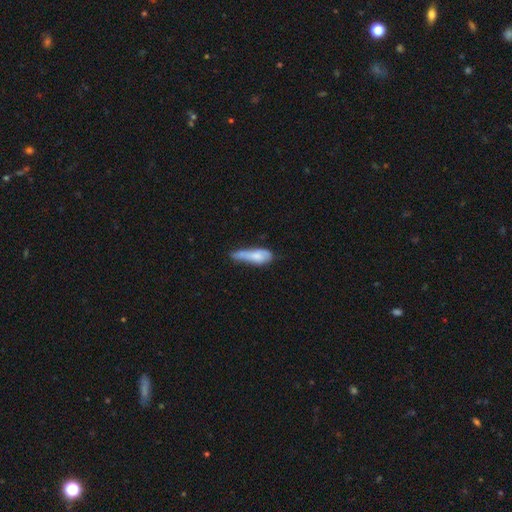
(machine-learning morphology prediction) Smooth or featured: smooth — 67% (featured or disk — 25%)
How rounded: in between — 53% (cigar-shaped — 44%)
Merging: minor disturbance — 38% (none — 26%)